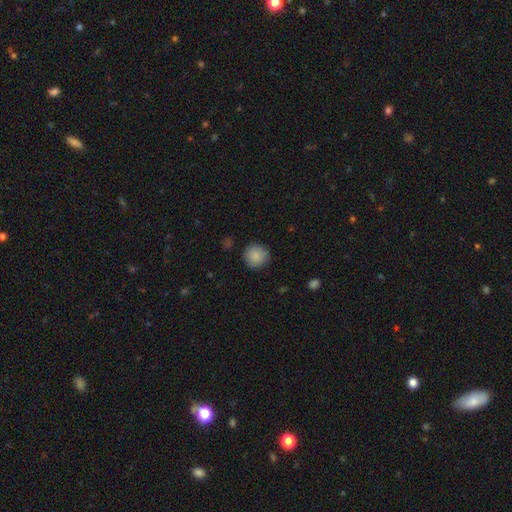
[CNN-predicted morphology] Smooth or featured? Predicted: smooth (p=0.87). How rounded? Predicted: round (p=0.93). Merging? Predicted: none (p=0.87).